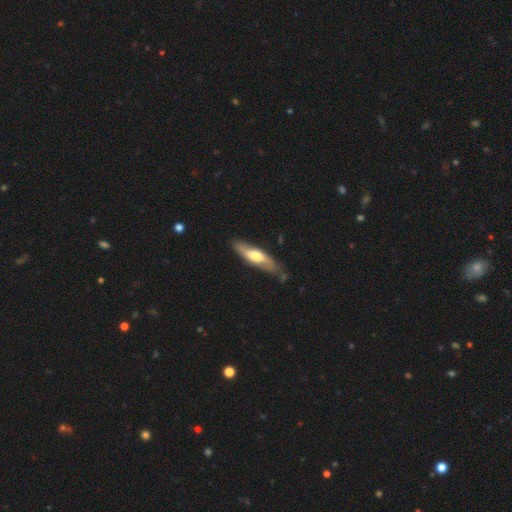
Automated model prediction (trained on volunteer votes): This appears to be a featured or disk galaxy (53%) viewed edge-on (51%). Merging: none (70%).